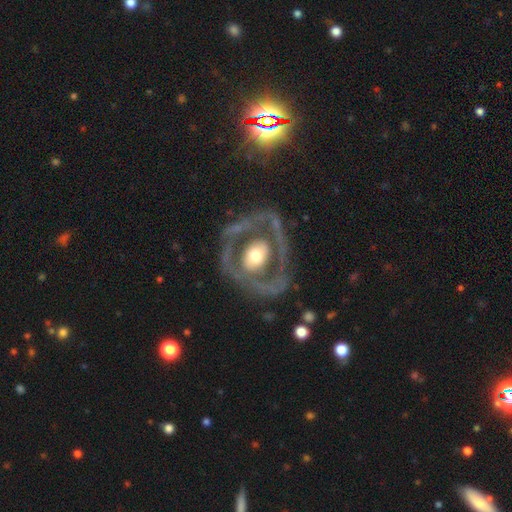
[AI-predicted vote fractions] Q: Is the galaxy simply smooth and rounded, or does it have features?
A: featured or disk — 72%.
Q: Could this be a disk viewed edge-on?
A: no — 95%.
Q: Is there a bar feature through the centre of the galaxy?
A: no — 67%.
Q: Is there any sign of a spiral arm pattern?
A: no — 60%.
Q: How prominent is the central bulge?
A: moderate — 63%.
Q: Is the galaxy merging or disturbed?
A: none — 62%.